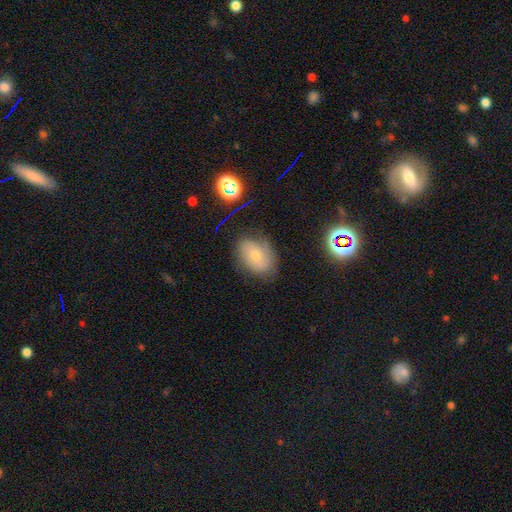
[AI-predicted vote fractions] Smooth or featured? Predicted: smooth (p=0.51). How rounded? Predicted: in between (p=0.76). Merging? Predicted: none (p=0.67).